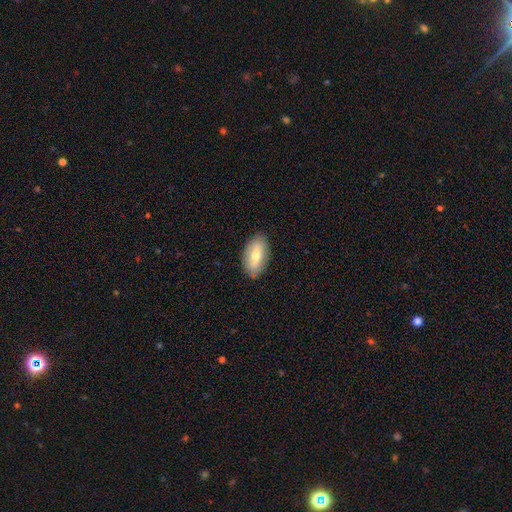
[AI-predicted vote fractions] Smooth or featured? smooth (64%)
How rounded? in between (92%)
Merging? none (86%)